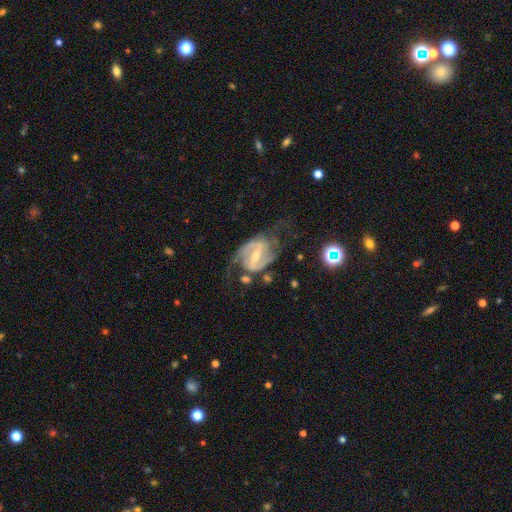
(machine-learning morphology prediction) The model was most divided on "bulge size": moderate: 49%, small: 41%, none: 5%, large: 4%, dominant: 1%. Remaining: edge-on disk — no (97%); spiral arms — yes (97%); spiral arm count — 2 (90%); smooth or featured — featured or disk (89%); merging — none (59%); spiral winding — medium (53%); bar — strong (49%).